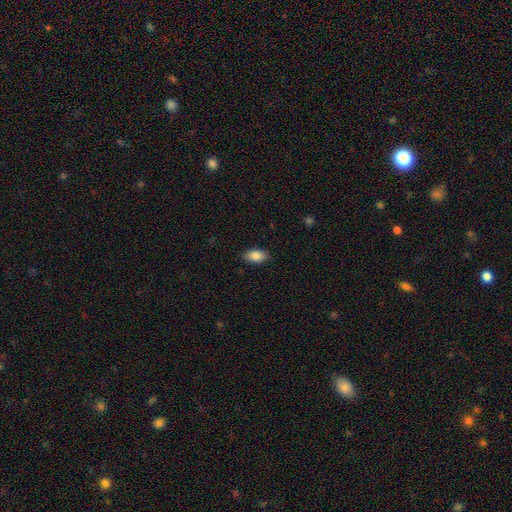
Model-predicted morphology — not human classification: Smooth or featured? Predicted: smooth (p=0.86). How rounded? Predicted: in between (p=0.92). Merging? Predicted: none (p=0.87).